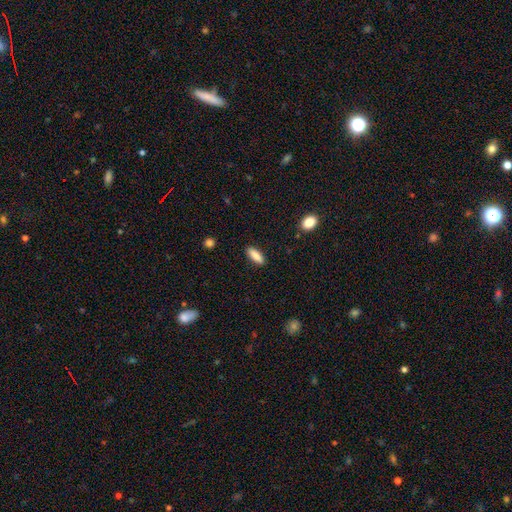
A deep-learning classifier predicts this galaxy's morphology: A smooth galaxy with no disk features (87%) that is in between round and cigar-shaped (55%). Merging: none (89%).